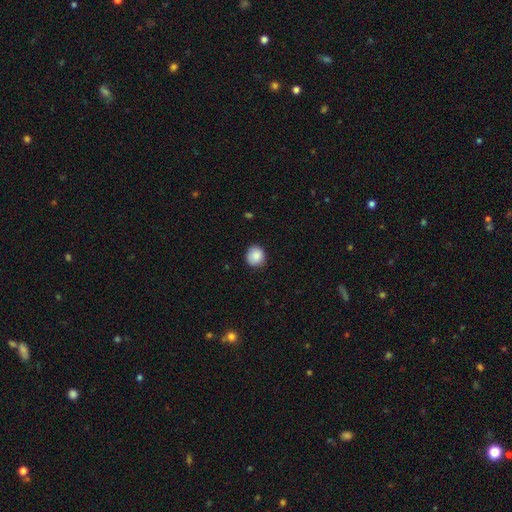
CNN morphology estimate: A smooth galaxy with no disk features (86%) that is round (87%).

Vote fractions:
- Smooth or featured? smooth: 86% / star or artifact: 8% / featured or disk: 5%
- How rounded? round: 87% / in between: 13% / cigar-shaped: 1%
- Merging? none: 85% / minor disturbance: 12% / major disturbance: 2% / merger: 1%